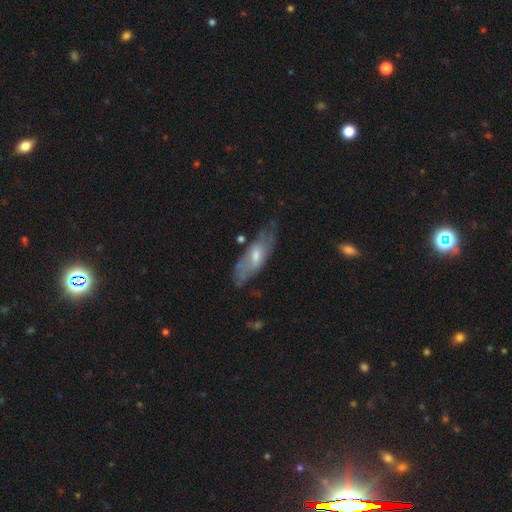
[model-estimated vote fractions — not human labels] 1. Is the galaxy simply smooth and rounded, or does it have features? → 55% featured or disk, 38% smooth, 7% star or artifact.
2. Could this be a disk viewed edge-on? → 70% no, 30% yes.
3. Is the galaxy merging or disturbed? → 61% none, 26% minor disturbance, 9% major disturbance, 3% merger.